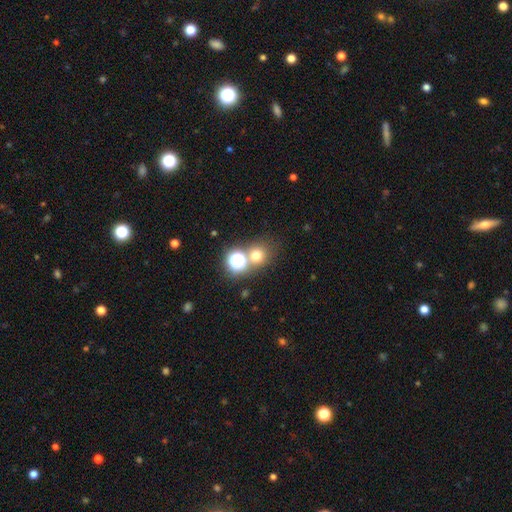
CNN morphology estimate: smooth_or_featured: smooth (p=0.67) [alt: star or artifact p=0.25]
how_rounded: round (p=0.86) [alt: in between p=0.14]
merging: none (p=0.64) [alt: merger p=0.24]